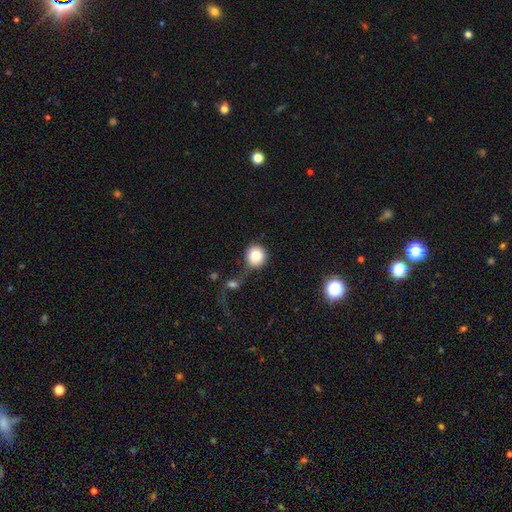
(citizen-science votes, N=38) Morphology: type=smooth (87%); roundness=round (94%); merging=none (44%).